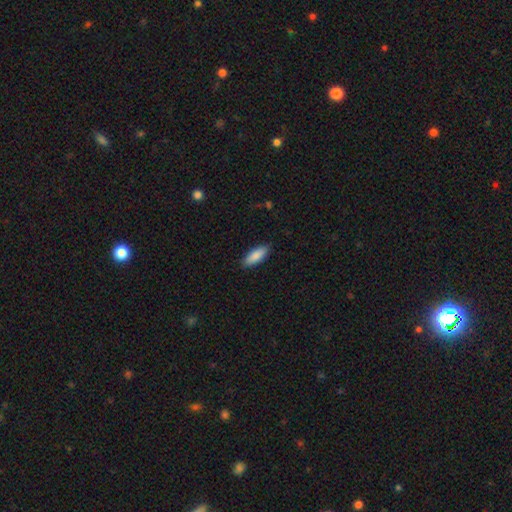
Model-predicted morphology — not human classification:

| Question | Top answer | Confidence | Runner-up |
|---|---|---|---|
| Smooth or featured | smooth | 88% | featured or disk (6%) |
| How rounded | in between | 68% | cigar-shaped (30%) |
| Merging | none | 88% | minor disturbance (9%) |